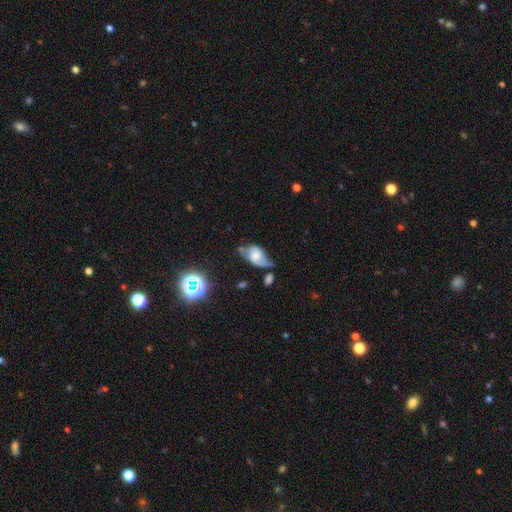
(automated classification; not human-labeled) This is possibly a smooth galaxy (48%). Merging: marginally minor disturbance (39%).